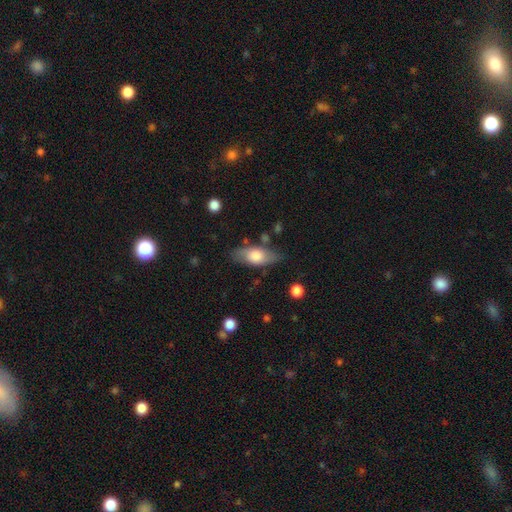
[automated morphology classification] smooth-or-featured: smooth: 66% | featured or disk: 28% | star or artifact: 6%
  how-rounded: in between: 80% | cigar-shaped: 16% | round: 4%
  merging: none: 75% | minor disturbance: 18% | major disturbance: 5% | merger: 3%